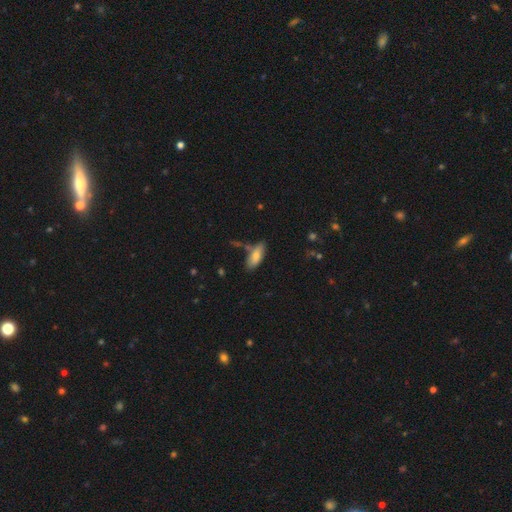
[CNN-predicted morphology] The model was most divided on "merging": none: 68%, minor disturbance: 19%, merger: 8%, major disturbance: 4%. More confident: smooth or featured — smooth (76%); how rounded — in between (74%).